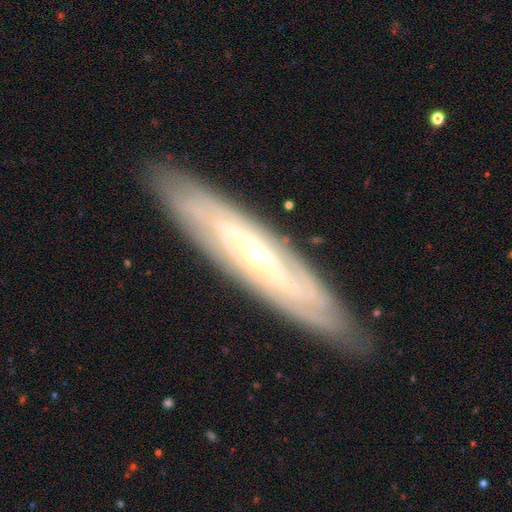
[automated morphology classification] featured or disk 80%, smooth 14%, star or artifact 6%. Down the decision tree: edge-on disk — no (65%); bar — no (66%); spiral arms — yes (84%); bulge size — small (77%); merging — none (85%).